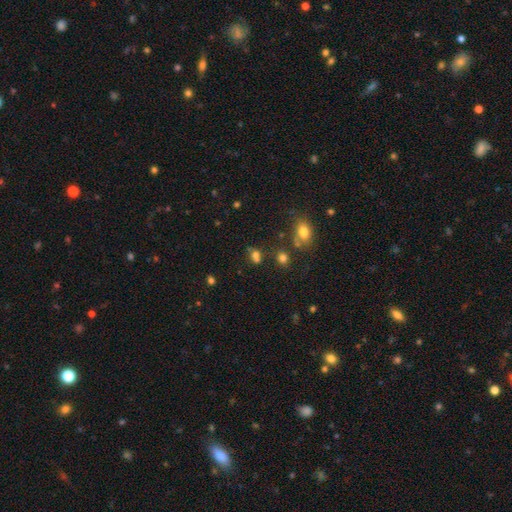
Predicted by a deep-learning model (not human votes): Q: Smooth or featured?
A: smooth (68%); runner-up: star or artifact (23%)
Q: How rounded?
A: round (54%); runner-up: in between (44%)
Q: Merging?
A: none (53%); runner-up: merger (26%)